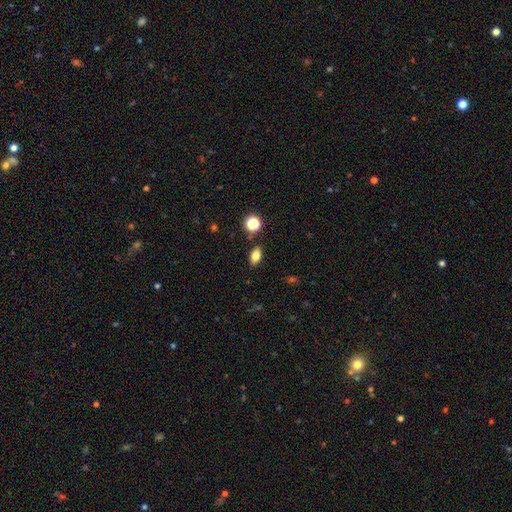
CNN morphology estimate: type=smooth (80%); roundness=in between (85%); merging=none (86%).